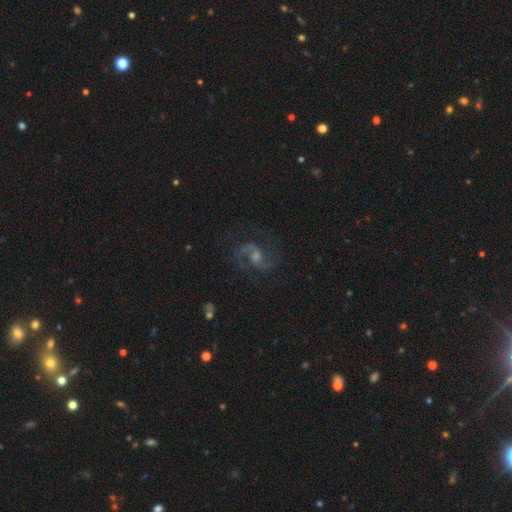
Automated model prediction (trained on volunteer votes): The model was most divided on "bulge size": moderate: 43%, small: 40%, none: 10%, large: 6%, dominant: 1%. Remaining: edge-on disk — no (98%); spiral arms — yes (97%); spiral arm count — 2 (92%); smooth or featured — featured or disk (86%); merging — none (79%); spiral winding — medium (53%); bar — weak (47%).